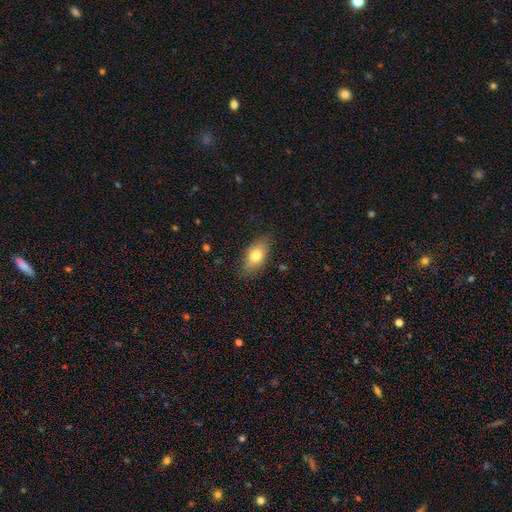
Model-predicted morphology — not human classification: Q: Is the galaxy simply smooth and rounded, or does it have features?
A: smooth — 75%.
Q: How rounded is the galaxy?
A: in between — 87%.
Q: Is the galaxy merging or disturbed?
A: none — 81%.